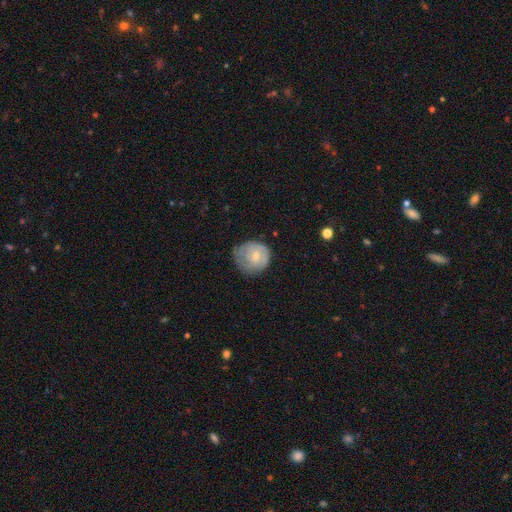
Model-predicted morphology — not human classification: A smooth galaxy with no disk features (54%) that is round (83%).

Vote fractions:
- Smooth or featured? smooth: 54% / featured or disk: 39% / star or artifact: 7%
- How rounded? round: 83% / in between: 16% / cigar-shaped: 1%
- Merging? none: 53% / minor disturbance: 31% / major disturbance: 14% / merger: 1%